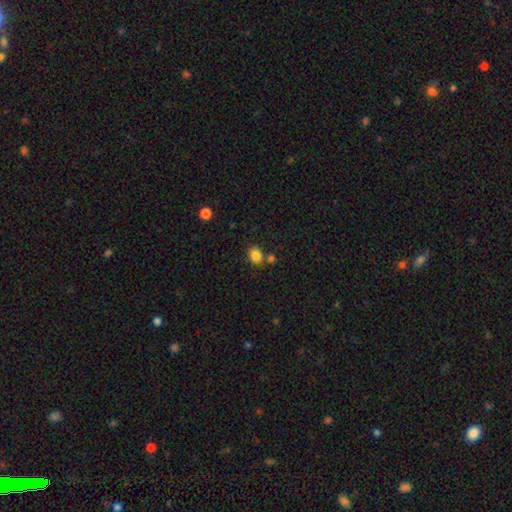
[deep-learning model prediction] Smooth or featured?
  - smooth: 84% *
  - star or artifact: 11%
  - featured or disk: 5%
How rounded?
  - round: 53% *
  - in between: 46%
  - cigar-shaped: 1%
Merging?
  - none: 67% *
  - merger: 16%
  - minor disturbance: 13%
  - major disturbance: 4%